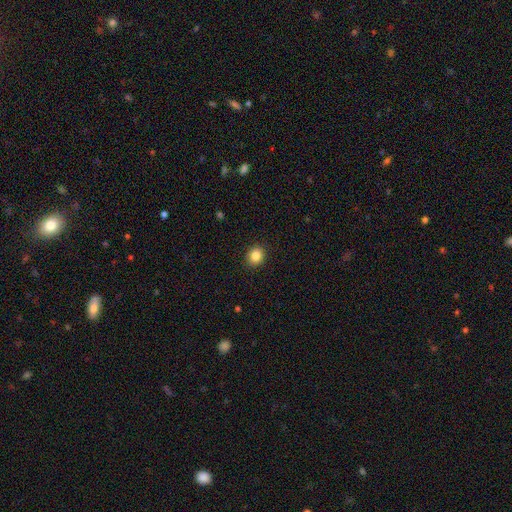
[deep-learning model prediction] A smooth galaxy with no disk features (85%) that is round (75%). Merging: none (91%).